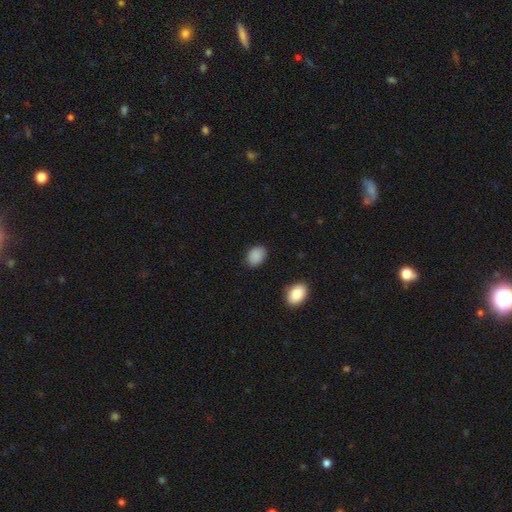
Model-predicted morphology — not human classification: Smooth or featured? Predicted: smooth (p=0.88). How rounded? Predicted: in between (p=0.77). Merging? Predicted: none (p=0.84).